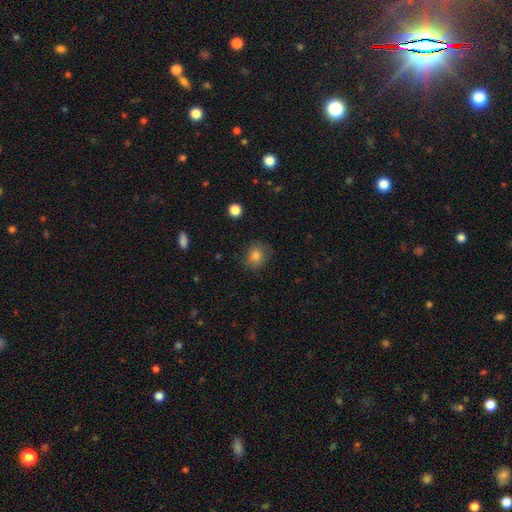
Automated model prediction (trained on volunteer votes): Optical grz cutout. It shows a smooth galaxy with no disk features (81%) that is round (71%). Merging: none (79%).